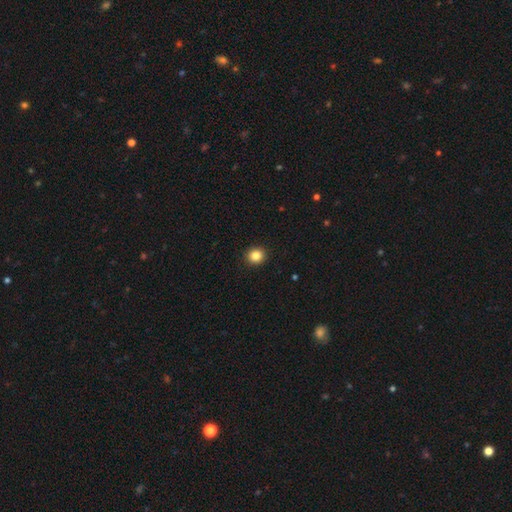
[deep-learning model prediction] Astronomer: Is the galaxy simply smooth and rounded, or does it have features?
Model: smooth — 85%.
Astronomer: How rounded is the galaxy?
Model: round — 86%.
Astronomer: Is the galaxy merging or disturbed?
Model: none — 93%.